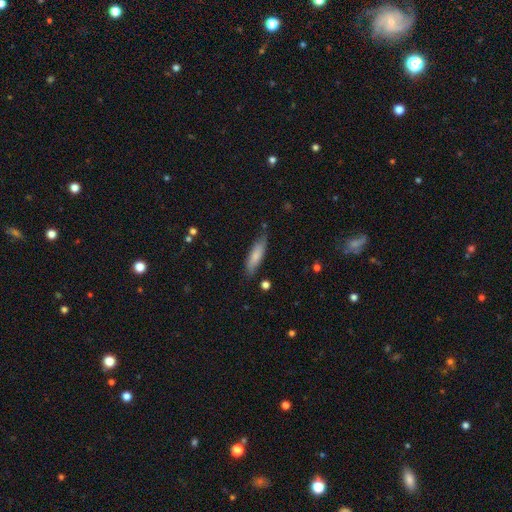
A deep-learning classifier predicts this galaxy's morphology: This is likely a smooth galaxy (75%). How rounded: likely cigar-shaped (63%). Merging: likely none (75%).